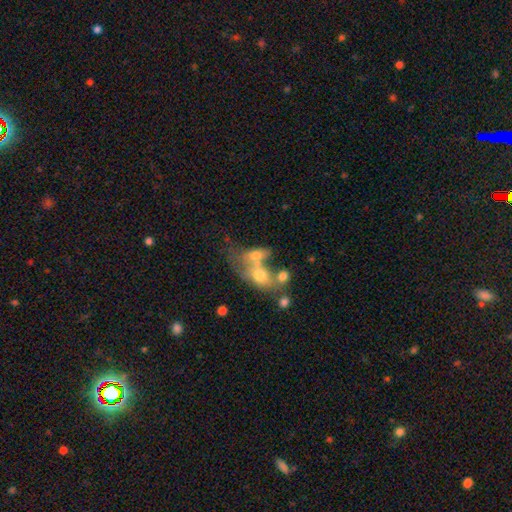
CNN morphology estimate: This appears to be a smooth galaxy with no disk features (61%) that is in between round and cigar-shaped (73%). Merging: merger (59%).